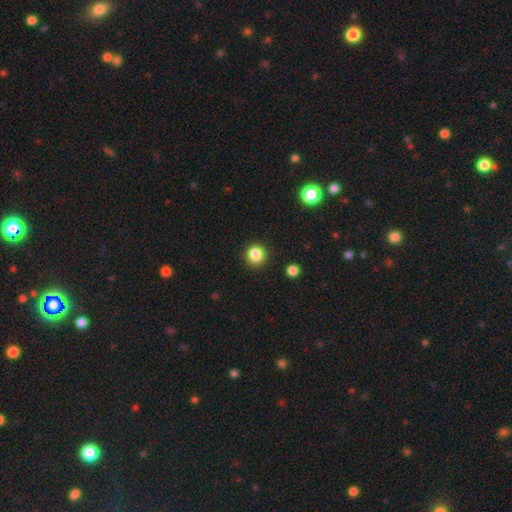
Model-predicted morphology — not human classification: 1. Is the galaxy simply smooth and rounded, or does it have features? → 85% smooth, 11% star or artifact, 4% featured or disk.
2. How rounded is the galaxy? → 93% round, 6% in between, 1% cigar-shaped.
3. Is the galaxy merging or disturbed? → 91% none, 6% minor disturbance, 2% major disturbance, 1% merger.